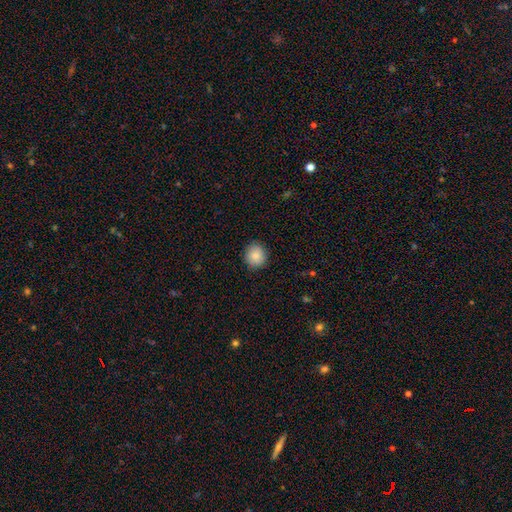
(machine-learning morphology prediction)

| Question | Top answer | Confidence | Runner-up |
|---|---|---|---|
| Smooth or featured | smooth | 87% | star or artifact (8%) |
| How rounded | round | 81% | in between (18%) |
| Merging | none | 89% | minor disturbance (8%) |